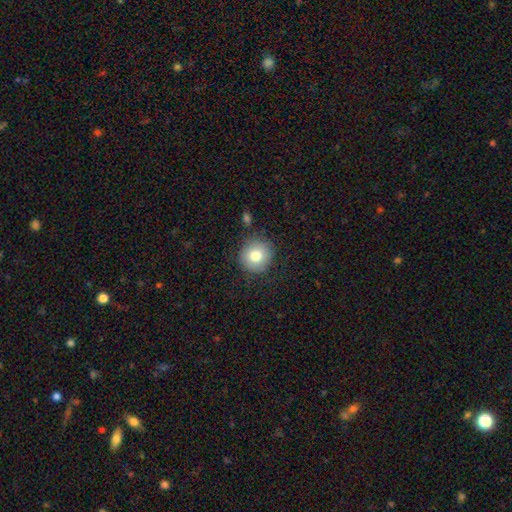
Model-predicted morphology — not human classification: Overall: smooth (78%). How rounded: round (93%). Merging: none (85%).